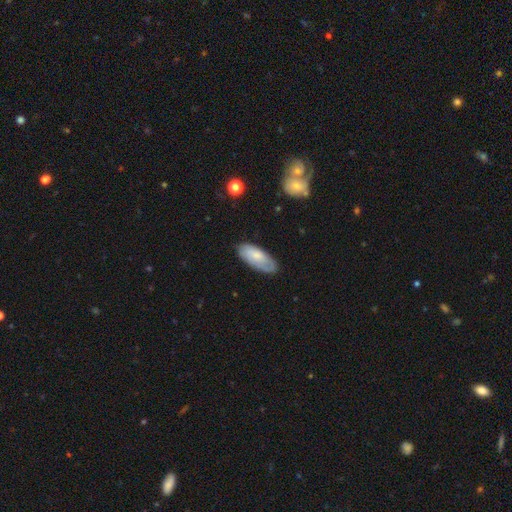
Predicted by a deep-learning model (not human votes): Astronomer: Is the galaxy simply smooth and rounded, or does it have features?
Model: smooth — 67%.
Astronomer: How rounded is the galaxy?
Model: in between — 85%.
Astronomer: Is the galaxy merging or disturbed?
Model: none — 74%.